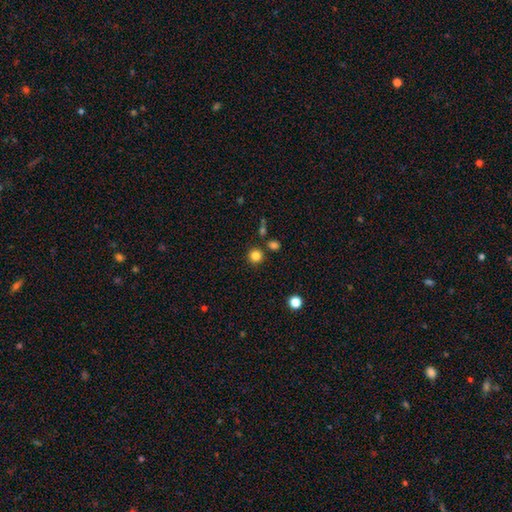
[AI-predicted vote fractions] smooth_or_featured: smooth (p=0.83) [alt: star or artifact p=0.13]
how_rounded: round (p=0.94) [alt: in between p=0.05]
merging: none (p=0.86) [alt: minor disturbance p=0.06]